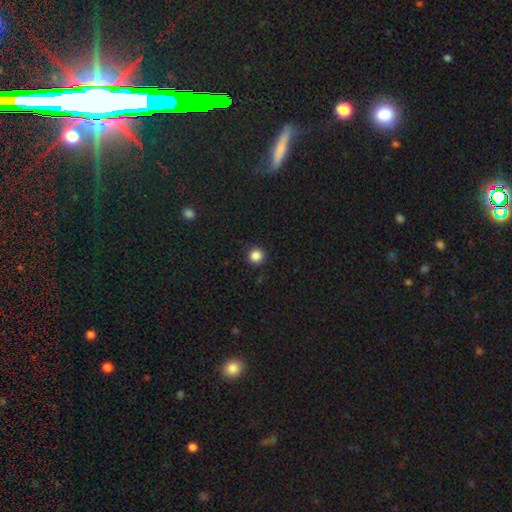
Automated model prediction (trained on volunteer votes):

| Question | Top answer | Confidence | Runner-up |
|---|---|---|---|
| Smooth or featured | smooth | 86% | star or artifact (11%) |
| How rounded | round | 94% | in between (5%) |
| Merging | none | 92% | minor disturbance (6%) |